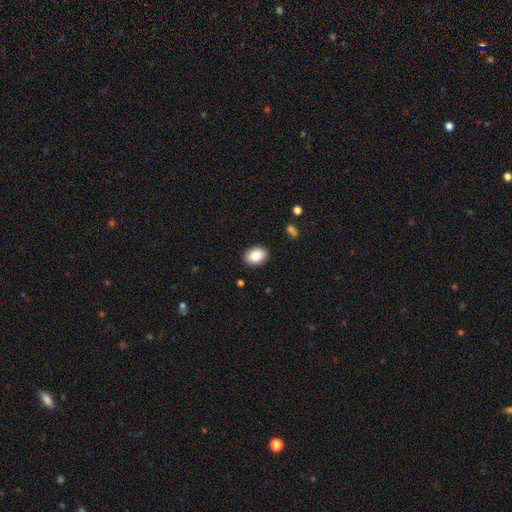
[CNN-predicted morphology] The model was most divided on "how rounded": in between: 79%, round: 20%, cigar-shaped: 1%. More confident: merging — none (90%); smooth or featured — smooth (88%).